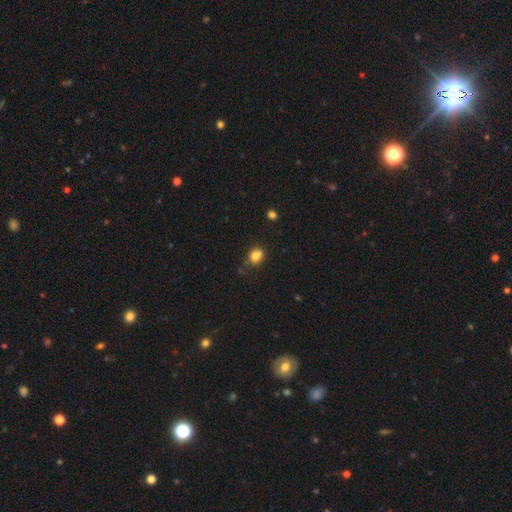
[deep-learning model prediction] Smooth or featured? Predicted: smooth (p=0.80). How rounded? Predicted: round (p=0.49, tied with in between). Merging? Predicted: none (p=0.59).